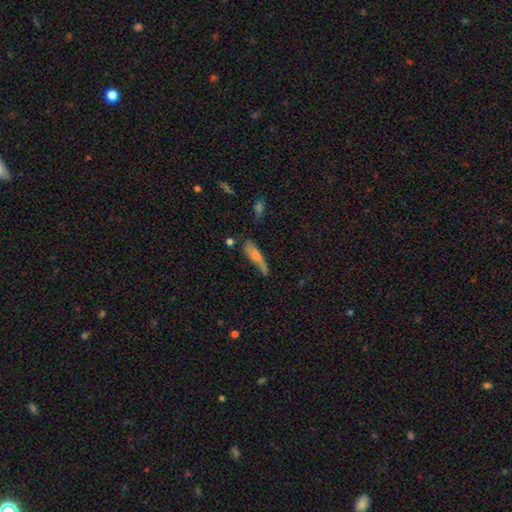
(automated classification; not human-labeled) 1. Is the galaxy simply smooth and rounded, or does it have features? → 69% smooth, 24% featured or disk, 7% star or artifact.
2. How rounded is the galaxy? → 69% cigar-shaped, 29% in between, 2% round.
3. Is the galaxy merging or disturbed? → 49% none, 31% minor disturbance, 13% major disturbance, 7% merger.